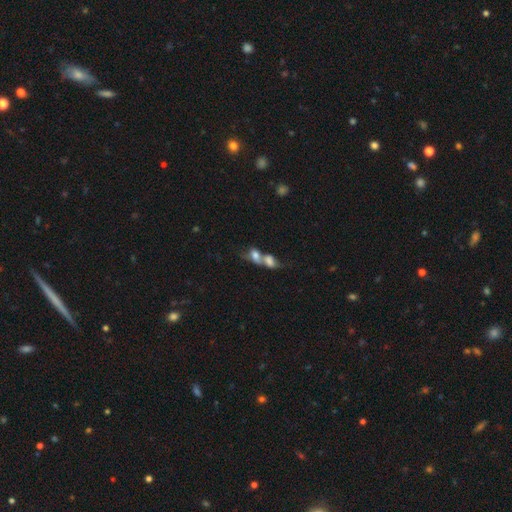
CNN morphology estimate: type=smooth (65%); roundness=in between (67%); merging=merger (79%).